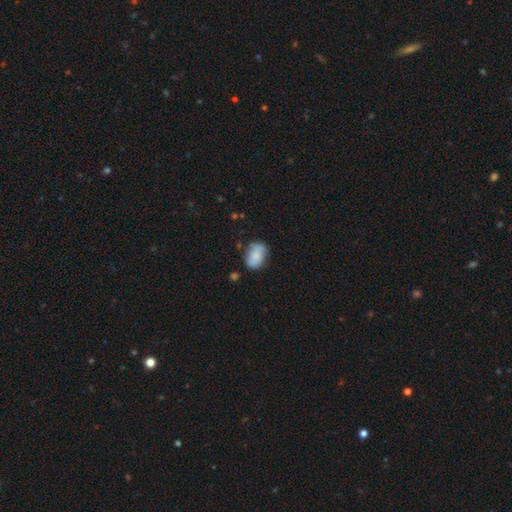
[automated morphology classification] smooth 80%, featured or disk 13%, star or artifact 7%. Down the decision tree: how rounded — in between (82%); merging — none (65%).